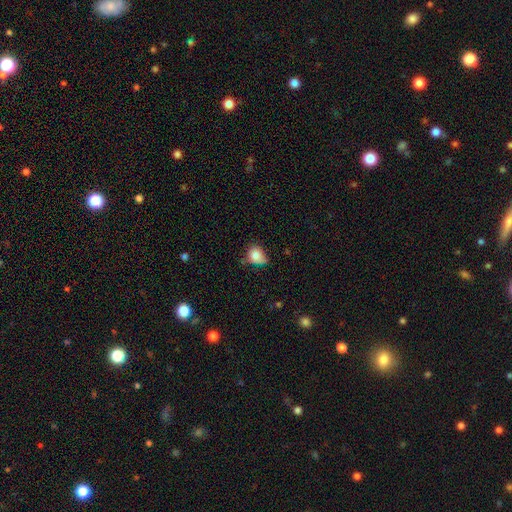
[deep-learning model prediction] Smooth or featured?
  - smooth: 81% *
  - featured or disk: 10%
  - star or artifact: 9%
How rounded?
  - round: 50% *
  - in between: 49%
  - cigar-shaped: 1%
Merging?
  - none: 44% *
  - minor disturbance: 40%
  - major disturbance: 11%
  - merger: 5%